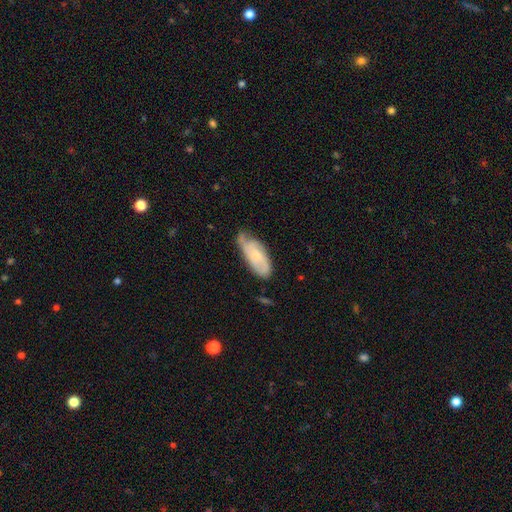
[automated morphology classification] Smooth or featured? featured or disk (52%)
Edge-on disk? no (90%)
Merging? none (52%)